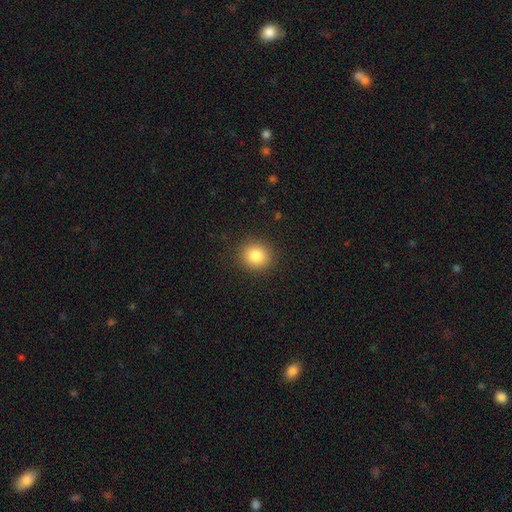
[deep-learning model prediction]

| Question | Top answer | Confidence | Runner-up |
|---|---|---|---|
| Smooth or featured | smooth | 84% | star or artifact (10%) |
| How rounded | round | 85% | in between (14%) |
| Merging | none | 90% | minor disturbance (7%) |